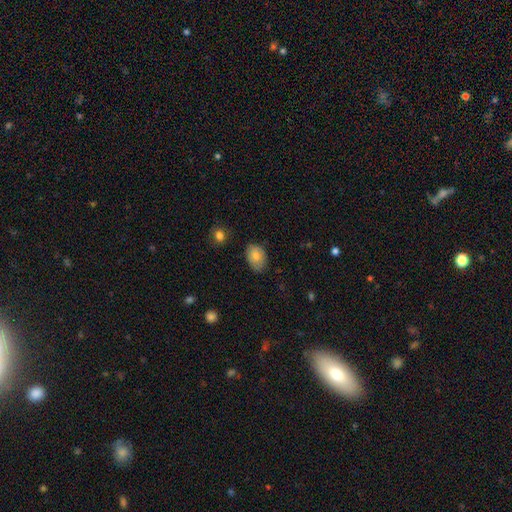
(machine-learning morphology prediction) smooth 77%, featured or disk 15%, star or artifact 7%. Down the decision tree: how rounded — in between (81%); merging — none (73%).